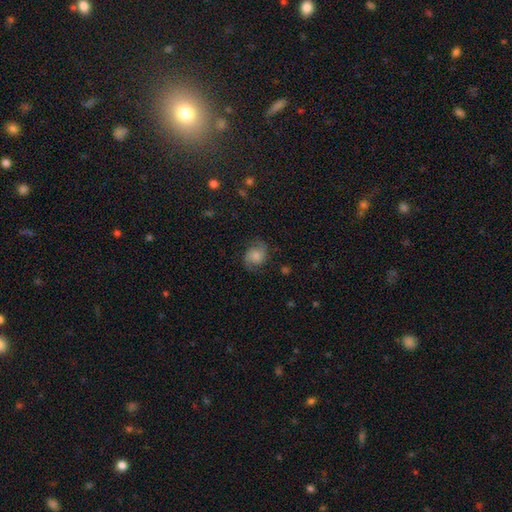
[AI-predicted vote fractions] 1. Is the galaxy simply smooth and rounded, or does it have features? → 48% smooth, 43% featured or disk, 10% star or artifact.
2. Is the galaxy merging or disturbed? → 70% none, 20% minor disturbance, 9% major disturbance, 1% merger.